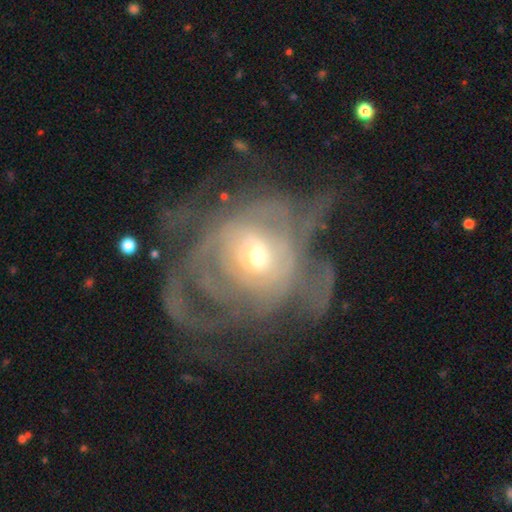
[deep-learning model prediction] Smooth or featured? featured or disk (79%)
Edge-on disk? no (96%)
Bar? no (72%)
Spiral arms? yes (68%)
Spiral winding? tight (53%)
Spiral arm count? can't tell (55%)
Bulge size? small (57%)
Merging? major disturbance (48%)